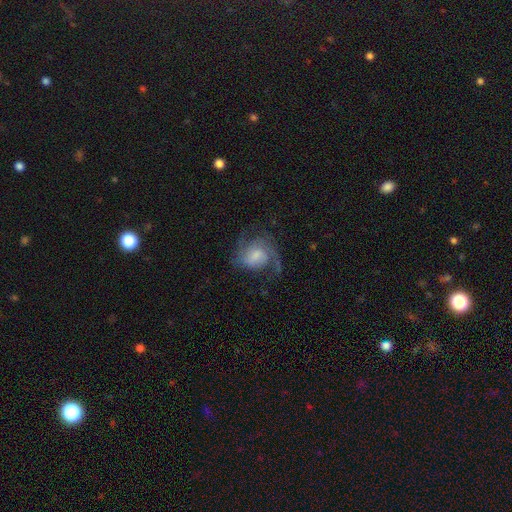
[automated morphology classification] A featured or disk galaxy (74%) with no bar (49%), 2 (52%) medium (46%) spiral arms (93%) and a small central bulge (38%). Merging: none (54%).